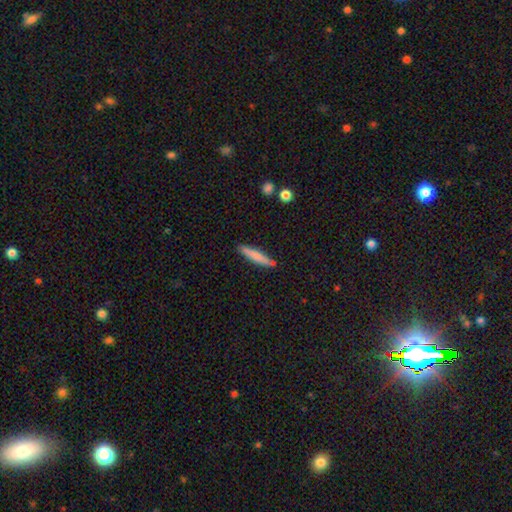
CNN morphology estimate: The model was most divided on "smooth or featured": smooth: 75%, featured or disk: 19%, star or artifact: 6%. More confident: how rounded — cigar-shaped (92%); merging — none (82%).